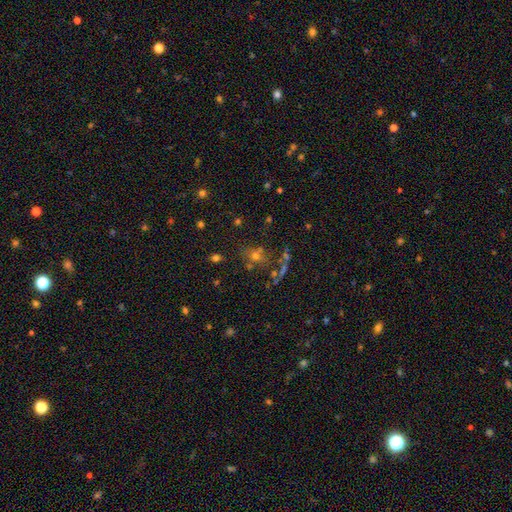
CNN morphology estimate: type=smooth (50%); merging=none (55%).